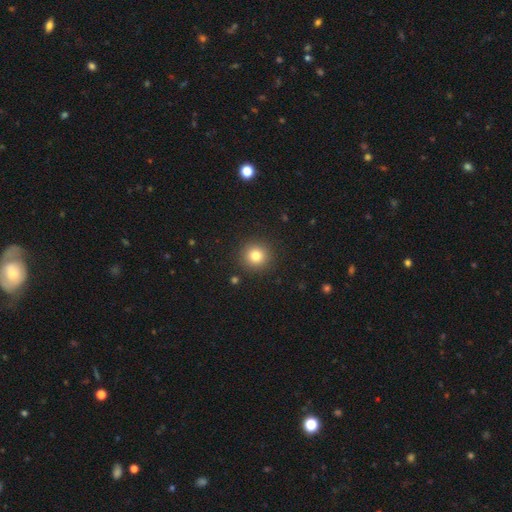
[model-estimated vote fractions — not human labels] Overall: smooth (82%). How rounded: round (93%). Merging: none (90%).